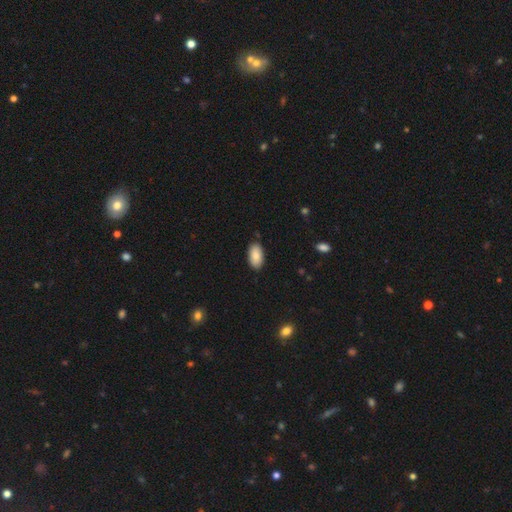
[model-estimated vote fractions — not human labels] This is clearly a smooth galaxy (86%). How rounded: clearly in between (95%). Merging: clearly none (87%).